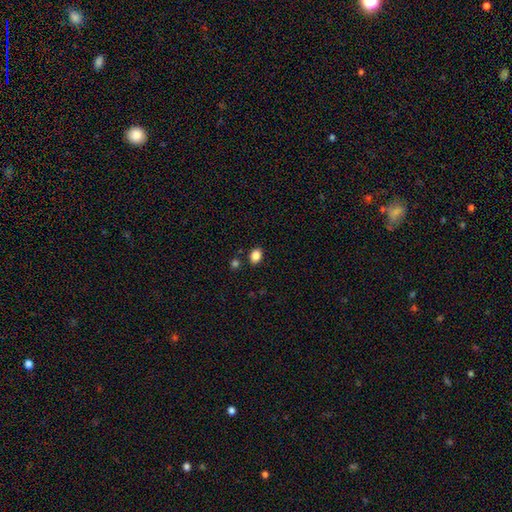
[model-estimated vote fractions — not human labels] Smooth or featured? smooth (86%)
How rounded? in between (71%)
Merging? none (84%)